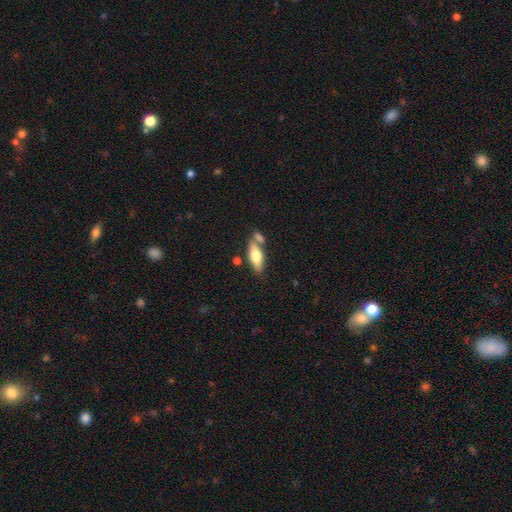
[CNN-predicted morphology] Smooth or featured? smooth (62%)
How rounded? in between (69%)
Merging? none (58%)